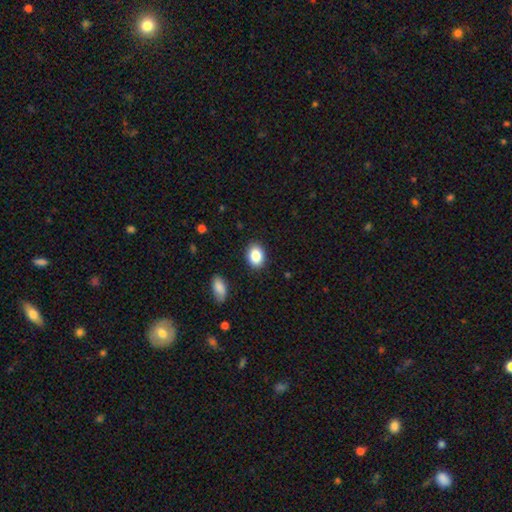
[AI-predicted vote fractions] This is clearly a smooth galaxy (86%). How rounded: likely in between (72%). Merging: clearly none (88%).